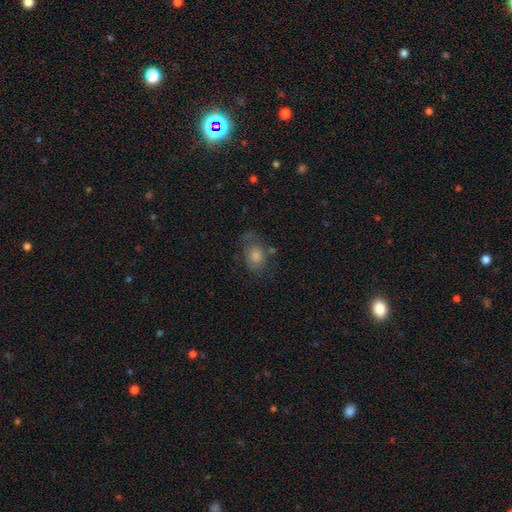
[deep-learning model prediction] Q: Smooth or featured?
A: smooth (58%); runner-up: featured or disk (24%)
Q: How rounded?
A: in between (62%); runner-up: round (37%)
Q: Merging?
A: none (62%); runner-up: minor disturbance (22%)